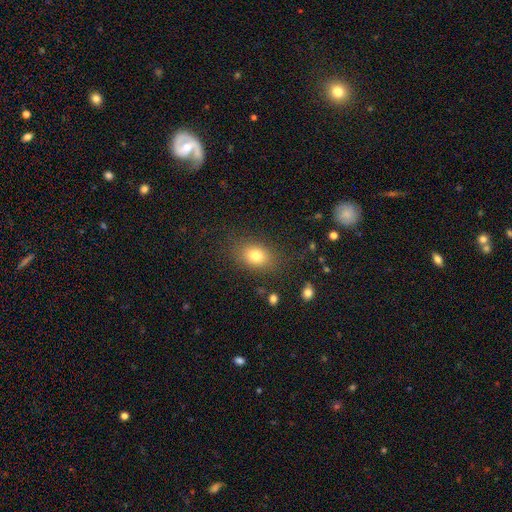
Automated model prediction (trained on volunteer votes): A smooth galaxy with no disk features (79%) that is in between round and cigar-shaped (69%). Merging: none (81%).